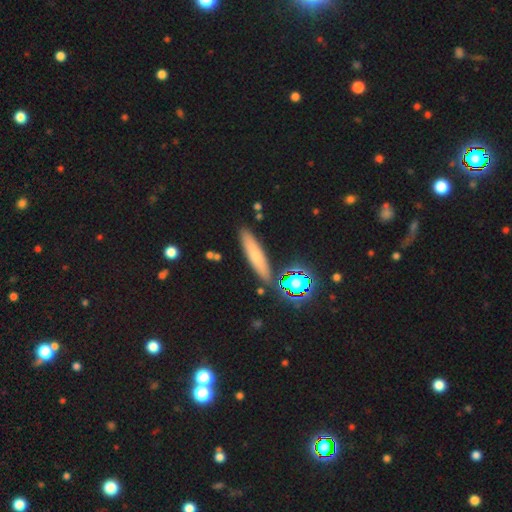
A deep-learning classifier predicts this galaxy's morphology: A smooth galaxy with no disk features (65%) that is cigar-shaped (78%). Merging: none (86%).